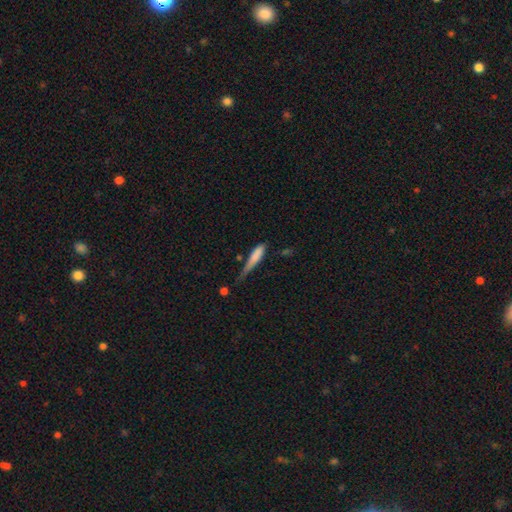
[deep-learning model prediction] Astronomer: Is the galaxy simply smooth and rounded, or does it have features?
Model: smooth — 75%.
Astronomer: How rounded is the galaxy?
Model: cigar-shaped — 77%.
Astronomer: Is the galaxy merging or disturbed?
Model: minor disturbance — 39% (runner-up: none, 36%).